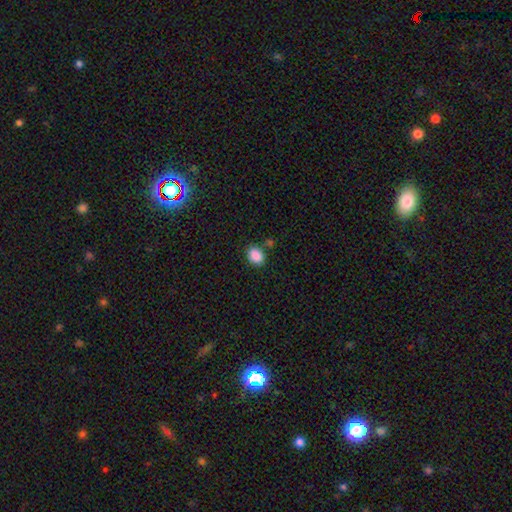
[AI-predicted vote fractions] Overall: smooth (88%). How rounded: in between (64%; round 35%). Merging: none (77%).